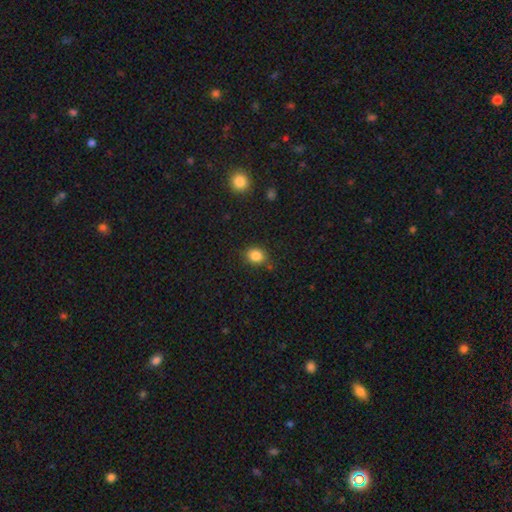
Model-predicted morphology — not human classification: Smooth or featured? Predicted: smooth (p=0.84). How rounded? Predicted: round (p=0.64). Merging? Predicted: none (p=0.78).